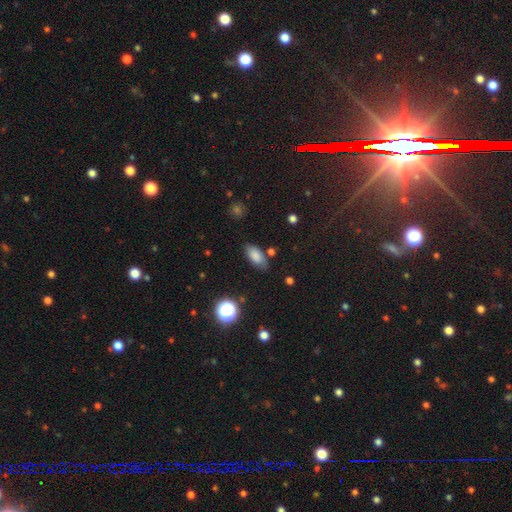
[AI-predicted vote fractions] smooth_or_featured: smooth (p=0.81) [alt: star or artifact p=0.10]
how_rounded: in between (p=0.88) [alt: cigar-shaped p=0.08]
merging: none (p=0.79) [alt: minor disturbance p=0.14]